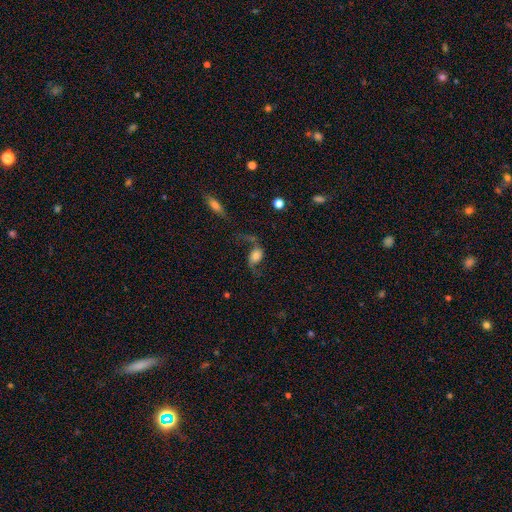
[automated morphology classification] The model was most divided on "bulge size": moderate: 41%, large: 28%, small: 17%, dominant: 9%, none: 5%. Remaining: edge-on disk — no (94%); spiral arms — yes (86%); bar — no (66%); smooth or featured — featured or disk (56%); merging — none (46%).